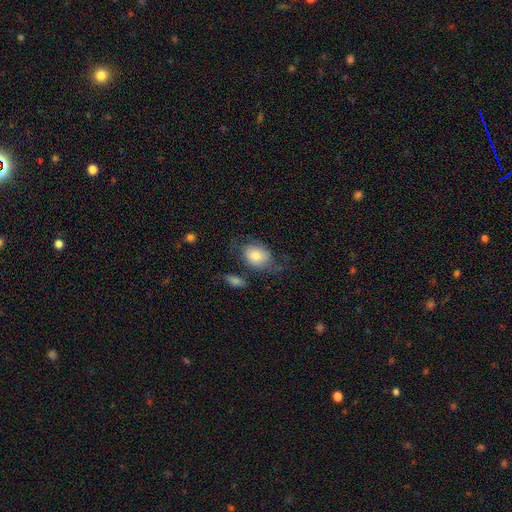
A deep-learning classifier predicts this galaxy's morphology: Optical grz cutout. It shows a smooth galaxy with no disk features (60%) that is in between round and cigar-shaped (68%). Merging: none (43%).